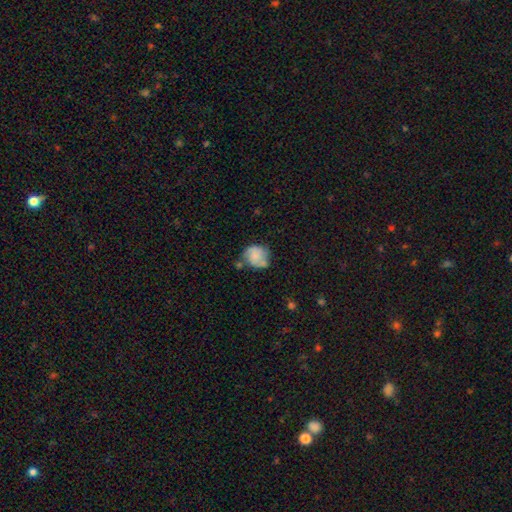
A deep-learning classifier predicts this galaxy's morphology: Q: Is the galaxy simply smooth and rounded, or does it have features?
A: smooth — 57%.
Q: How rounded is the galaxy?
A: round — 74%.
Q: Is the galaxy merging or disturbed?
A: none — 49%.